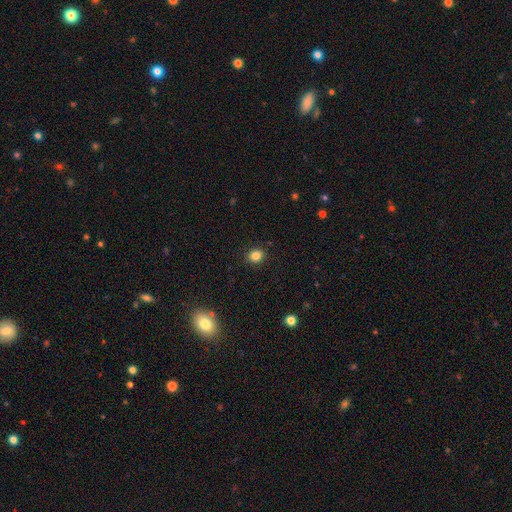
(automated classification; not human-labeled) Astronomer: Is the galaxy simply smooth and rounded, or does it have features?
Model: smooth — 83%.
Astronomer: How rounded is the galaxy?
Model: round — 70%.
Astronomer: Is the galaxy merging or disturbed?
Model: none — 90%.